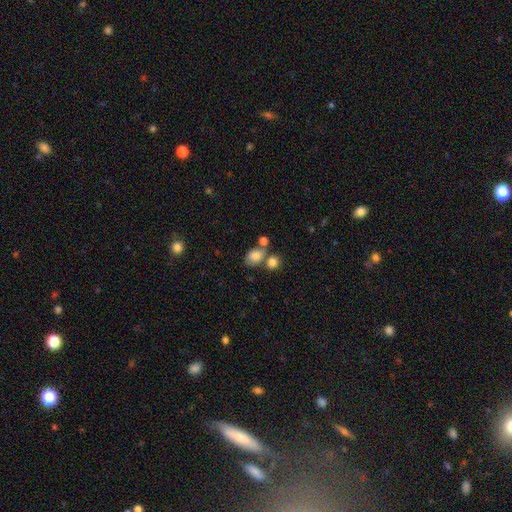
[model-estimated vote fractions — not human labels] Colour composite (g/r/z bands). It shows a smooth galaxy with no disk features (80%) that is in between round and cigar-shaped (71%). Merging: none (47%).